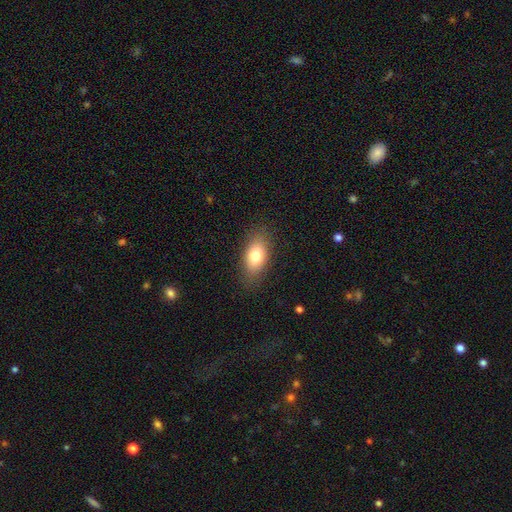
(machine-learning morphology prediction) This is likely a smooth galaxy (77%). How rounded: clearly in between (86%). Merging: clearly none (84%).